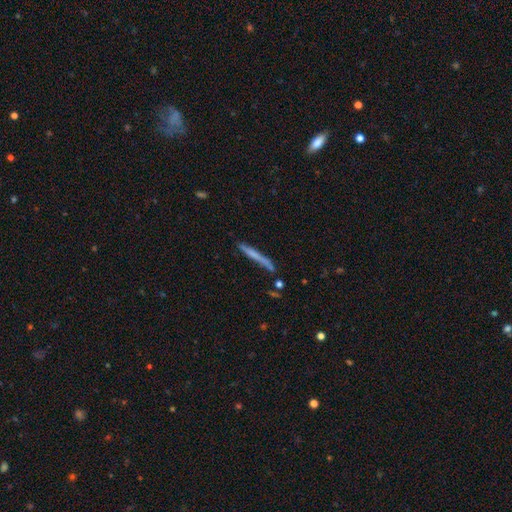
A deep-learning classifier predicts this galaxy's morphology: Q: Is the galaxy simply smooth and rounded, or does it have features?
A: smooth — 53%.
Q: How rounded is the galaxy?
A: cigar-shaped — 96%.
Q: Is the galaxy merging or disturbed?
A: none — 77%.